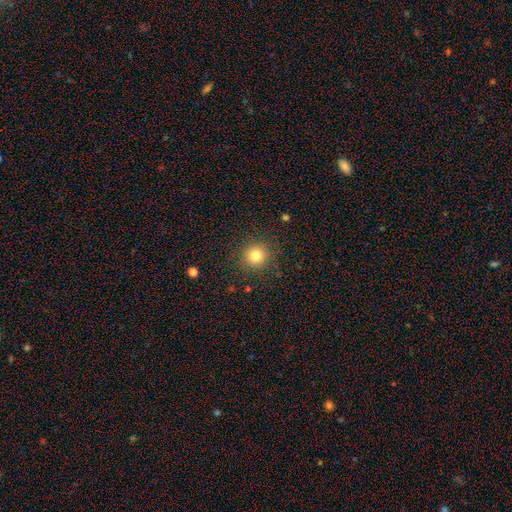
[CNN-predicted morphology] smooth 80%, star or artifact 13%, featured or disk 7%. Down the decision tree: how rounded — round (93%); merging — none (89%).